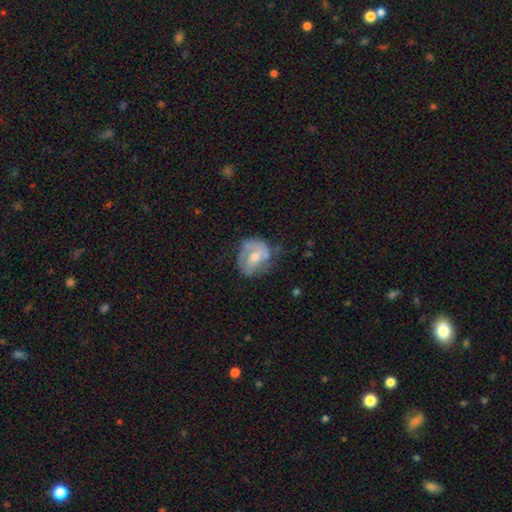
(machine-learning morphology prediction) A featured or disk galaxy (56%) with no bar (57%), spiral arms (54%) and a moderate central bulge (58%).

Vote fractions:
- Smooth or featured? featured or disk: 56% / smooth: 37% / star or artifact: 7%
- Edge-on disk? no: 97% / yes: 3%
- Bar? no: 57% / weak: 34% / strong: 9%
- Spiral arms? yes: 54% / no: 46%
- Bulge size? moderate: 58% / small: 31% / large: 5% / none: 4% / dominant: 1%
- Merging? none: 46% / minor disturbance: 28% / major disturbance: 21% / merger: 4%